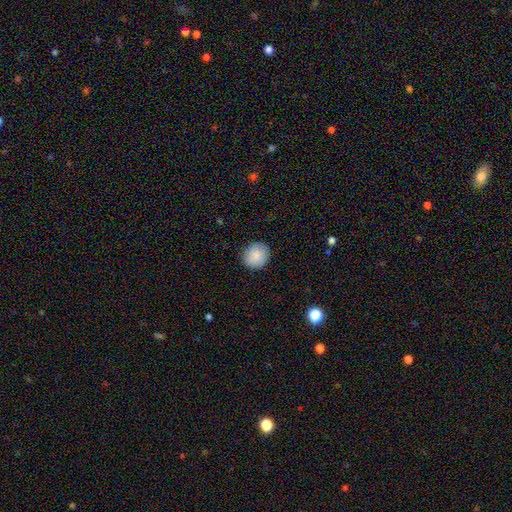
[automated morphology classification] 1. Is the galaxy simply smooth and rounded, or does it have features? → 87% smooth, 7% star or artifact, 6% featured or disk.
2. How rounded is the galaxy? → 86% round, 13% in between, 1% cigar-shaped.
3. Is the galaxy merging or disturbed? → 90% none, 7% minor disturbance, 2% major disturbance, 1% merger.